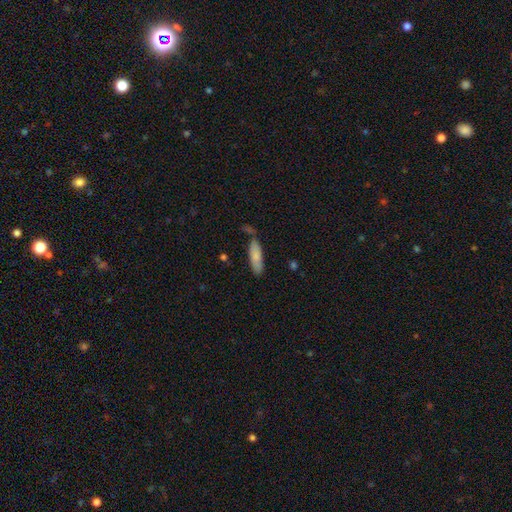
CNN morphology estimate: Overall: smooth (81%). How rounded: in between (50%; cigar-shaped 49%). Merging: none (65%).